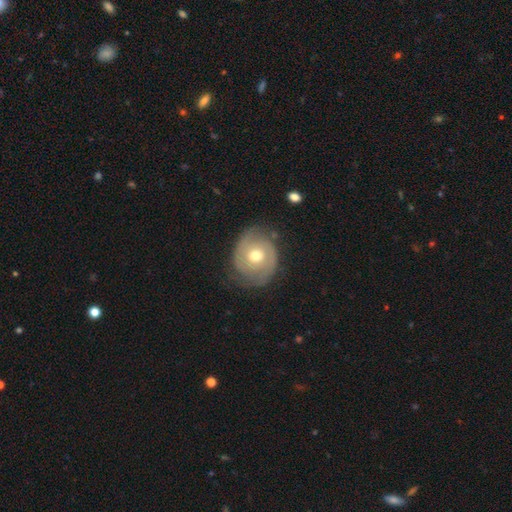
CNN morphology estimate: Q: Smooth or featured?
A: featured or disk (70%); runner-up: smooth (24%)
Q: Edge-on disk?
A: no (97%); runner-up: yes (3%)
Q: Bar?
A: no (75%); runner-up: weak (21%)
Q: Spiral arms?
A: yes (86%); runner-up: no (14%)
Q: Spiral winding?
A: tight (53%); runner-up: medium (34%)
Q: Spiral arm count?
A: 2 (76%); runner-up: can't tell (13%)
Q: Bulge size?
A: moderate (73%); runner-up: small (20%)
Q: Merging?
A: none (70%); runner-up: minor disturbance (21%)